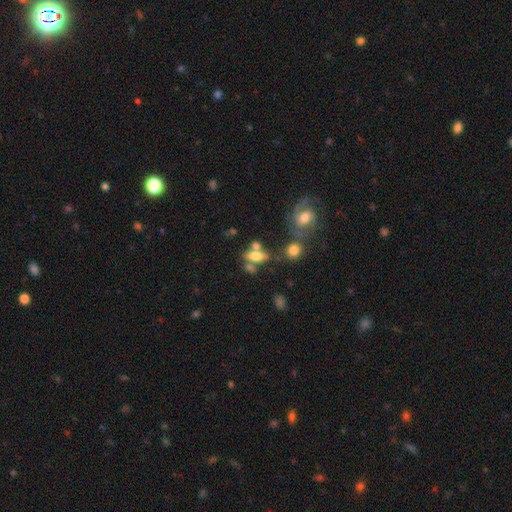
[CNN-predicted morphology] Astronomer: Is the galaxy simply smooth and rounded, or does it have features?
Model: smooth — 59%.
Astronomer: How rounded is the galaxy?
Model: in between — 77%.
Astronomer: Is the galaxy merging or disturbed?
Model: none — 45% (runner-up: merger, 30%).